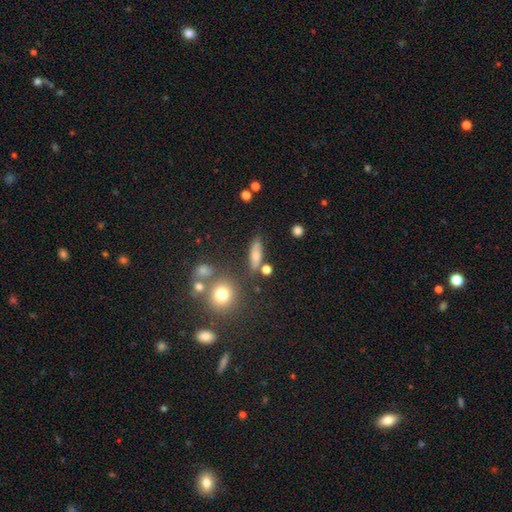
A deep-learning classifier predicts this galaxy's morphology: The model was most divided on "how rounded": in between: 47%, cigar-shaped: 42%, round: 10%. More confident: merging — none (74%); smooth or featured — smooth (65%).